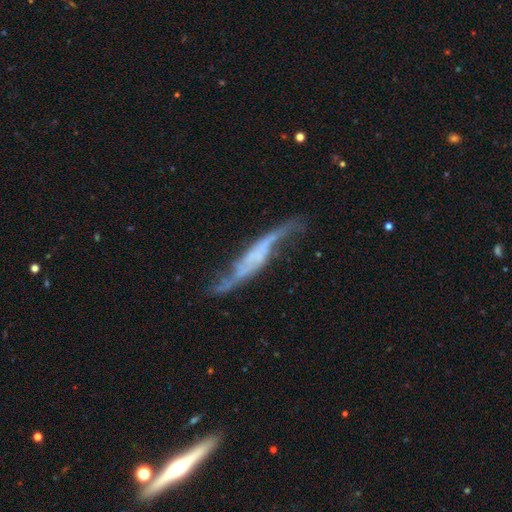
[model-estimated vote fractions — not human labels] Smooth or featured: featured or disk — 80% (smooth — 13%)
Edge-on disk: no — 56% (yes — 44%)
Merging: none — 55% (minor disturbance — 24%)